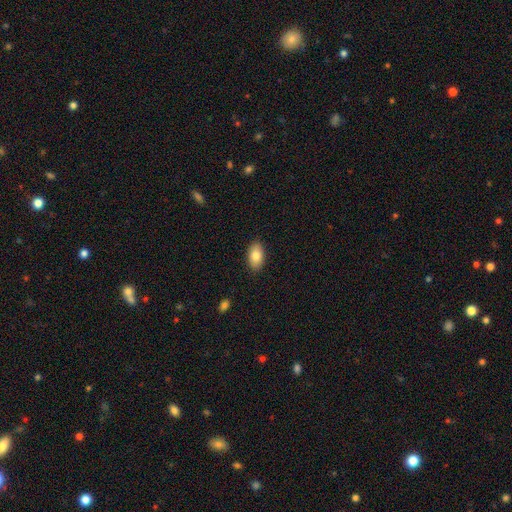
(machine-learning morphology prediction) A smooth galaxy with no disk features (84%) that is in between round and cigar-shaped (94%). Merging: none (89%).